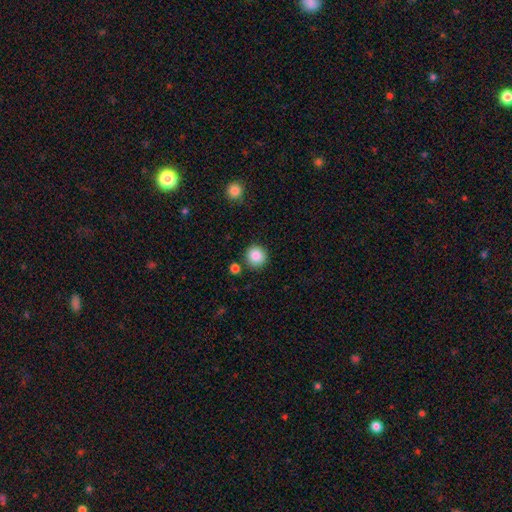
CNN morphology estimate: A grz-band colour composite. It shows a smooth galaxy with no disk features (87%) that is round (94%). Merging: none (87%).